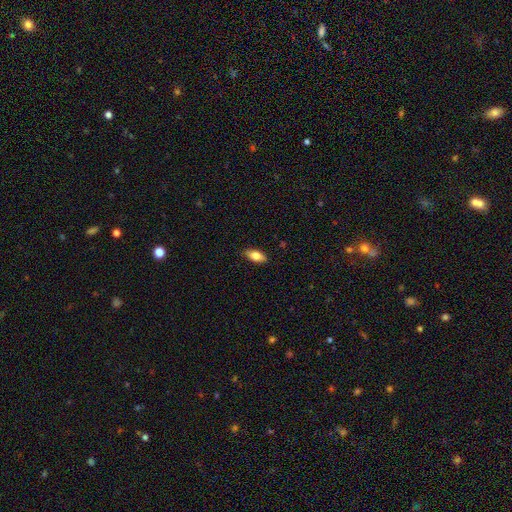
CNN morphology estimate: type=smooth (75%); roundness=in between (86%); merging=none (87%).